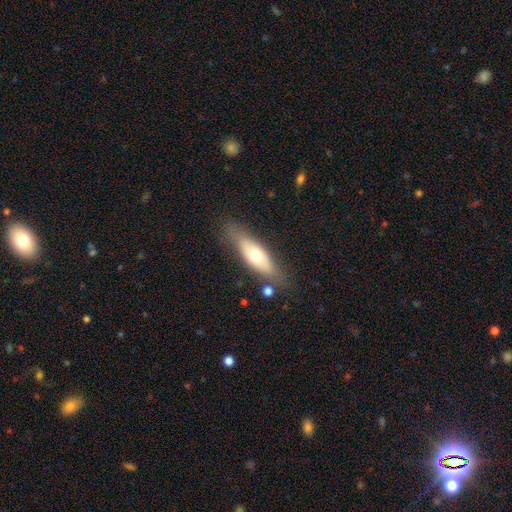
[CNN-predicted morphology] smooth 56%, featured or disk 38%, star or artifact 6%. Down the decision tree: how rounded — in between (52%); merging — none (74%).